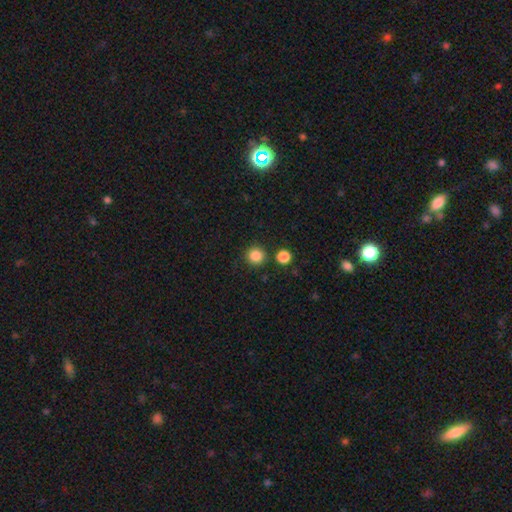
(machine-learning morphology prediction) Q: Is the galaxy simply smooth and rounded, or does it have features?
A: smooth — 85%.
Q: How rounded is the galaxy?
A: round — 94%.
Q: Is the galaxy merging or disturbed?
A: none — 87%.